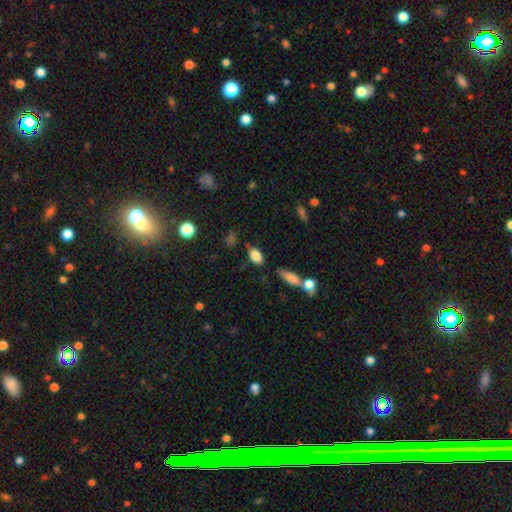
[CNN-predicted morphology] The model was most divided on "merging": none: 72%, minor disturbance: 17%, merger: 6%, major disturbance: 5%. More confident: how rounded — in between (86%); smooth or featured — smooth (81%).